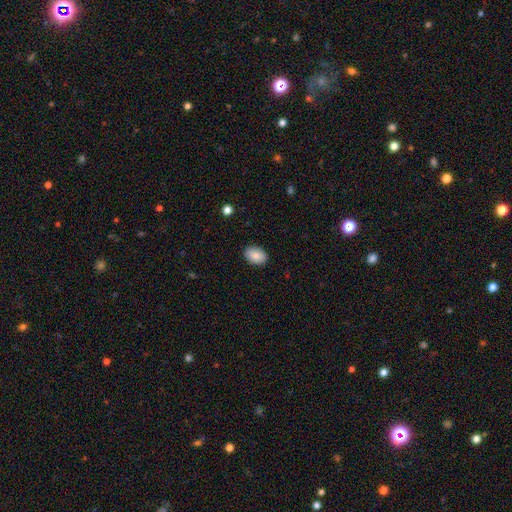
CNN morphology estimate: type=smooth (87%); roundness=in between (86%); merging=none (88%).